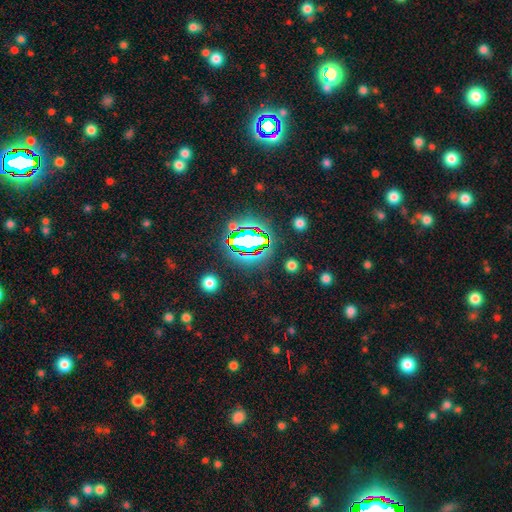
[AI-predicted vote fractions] Smooth or featured? Predicted: star or artifact (p=0.81).